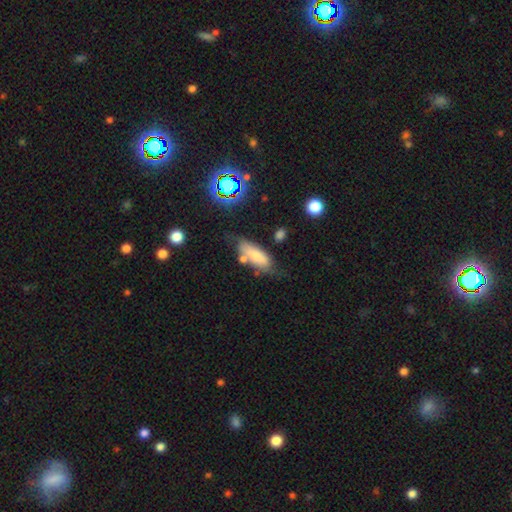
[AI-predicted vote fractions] smooth 71%, featured or disk 19%, star or artifact 10%. Down the decision tree: how rounded — in between (74%); merging — none (51%).